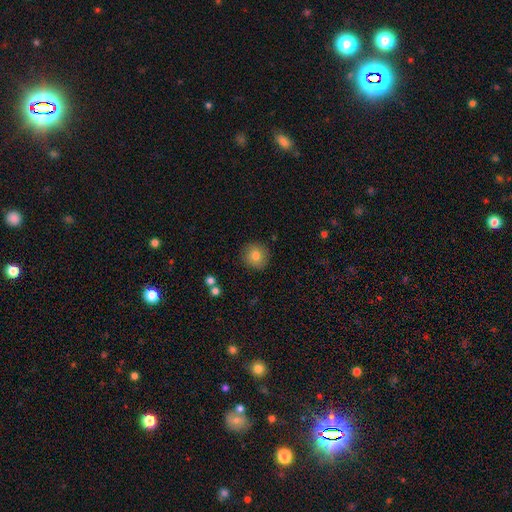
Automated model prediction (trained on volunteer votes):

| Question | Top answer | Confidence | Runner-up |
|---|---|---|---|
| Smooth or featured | smooth | 80% | featured or disk (11%) |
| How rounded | round | 91% | in between (8%) |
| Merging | none | 89% | minor disturbance (7%) |